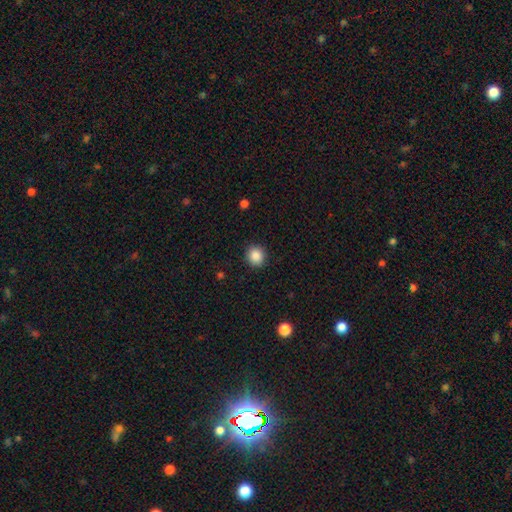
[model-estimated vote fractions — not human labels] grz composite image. It shows a smooth galaxy with no disk features (88%) that is round (84%). Merging: none (90%).